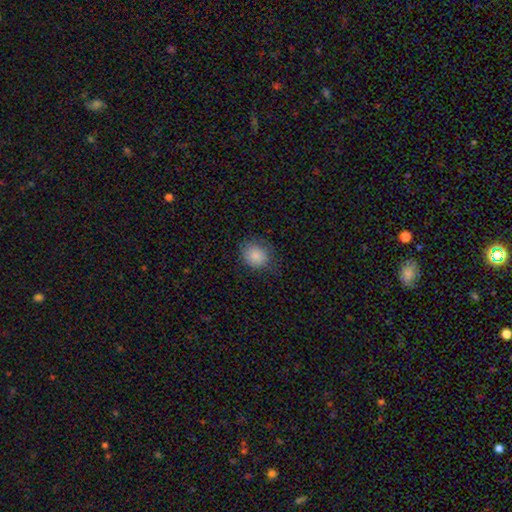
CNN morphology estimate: type=smooth (86%); roundness=round (74%); merging=none (74%).